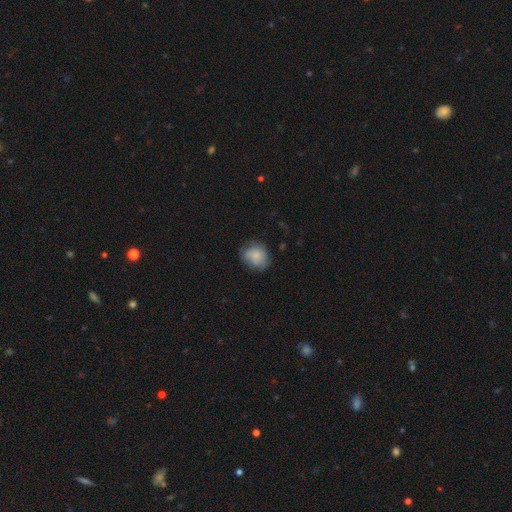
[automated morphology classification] Smooth or featured? smooth (75%)
How rounded? round (60%)
Merging? none (62%)